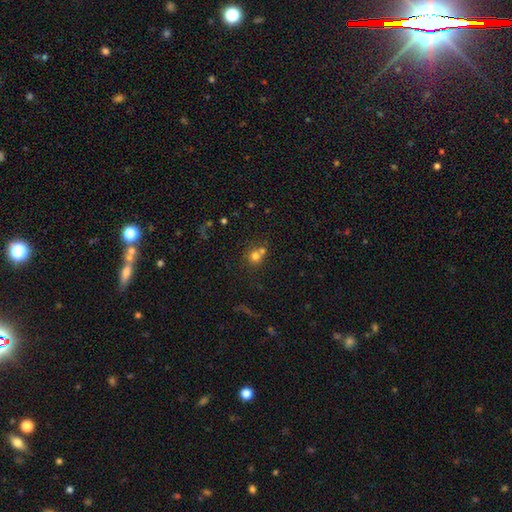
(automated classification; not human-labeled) Q: Smooth or featured?
A: smooth (73%); runner-up: star or artifact (16%)
Q: How rounded?
A: round (86%); runner-up: in between (13%)
Q: Merging?
A: none (50%); runner-up: merger (38%)